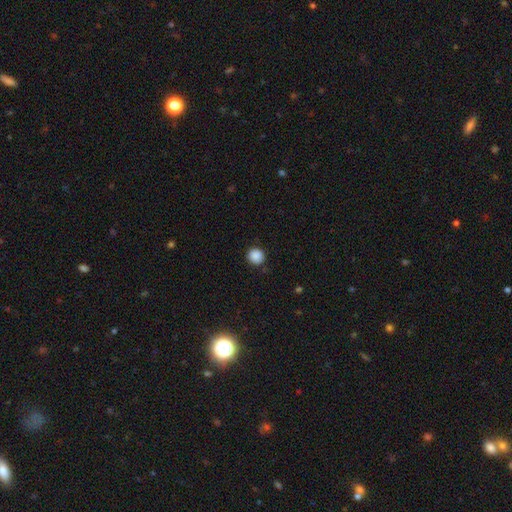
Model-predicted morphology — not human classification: type=smooth (88%); roundness=round (91%); merging=none (87%).